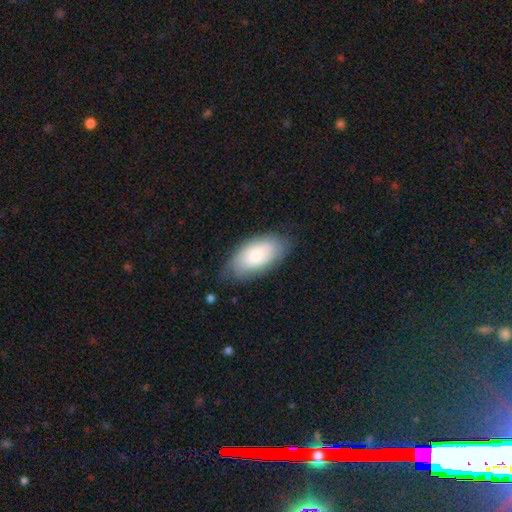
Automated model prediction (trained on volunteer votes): smooth 72%, featured or disk 22%, star or artifact 6%. Down the decision tree: how rounded — in between (94%); merging — none (72%).